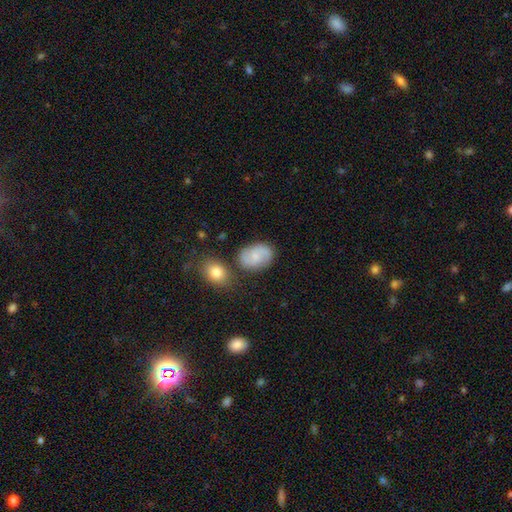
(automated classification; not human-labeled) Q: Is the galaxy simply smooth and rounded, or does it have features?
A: featured or disk — 52%.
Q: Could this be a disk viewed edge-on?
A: no — 97%.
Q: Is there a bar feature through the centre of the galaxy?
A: no — 61%.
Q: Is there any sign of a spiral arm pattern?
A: yes — 88%.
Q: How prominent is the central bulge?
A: small — 63%.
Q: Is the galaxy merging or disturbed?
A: none — 73%.